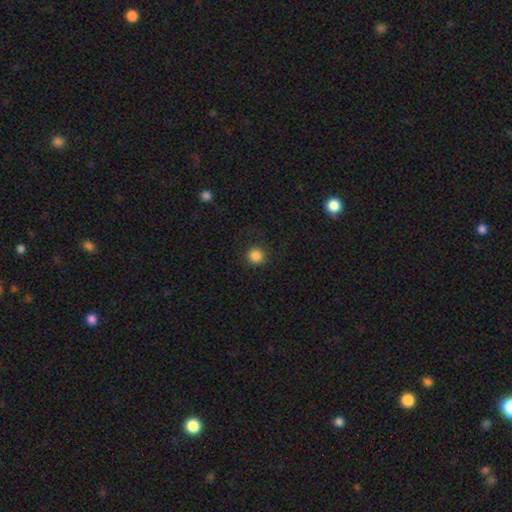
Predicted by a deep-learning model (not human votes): smooth-or-featured: smooth: 86% | star or artifact: 11% | featured or disk: 4%
  how-rounded: round: 94% | in between: 5% | cigar-shaped: 1%
  merging: none: 88% | minor disturbance: 7% | major disturbance: 3% | merger: 1%